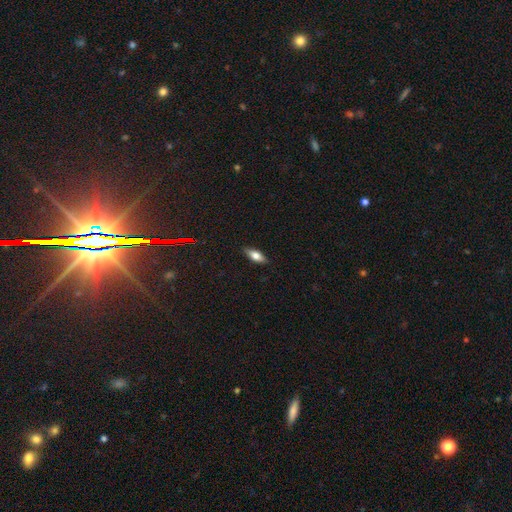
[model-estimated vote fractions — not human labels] Smooth or featured? smooth (71%)
How rounded? in between (76%)
Merging? none (88%)